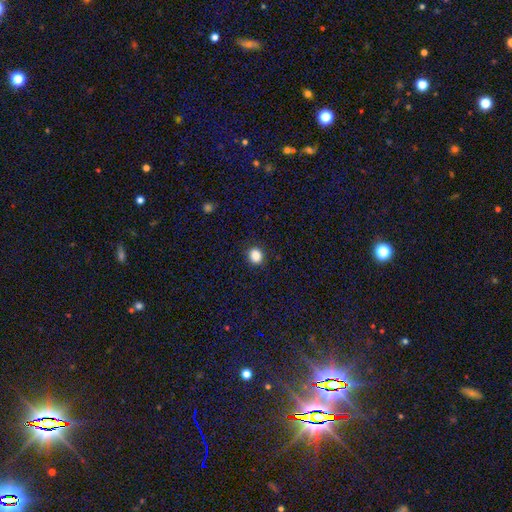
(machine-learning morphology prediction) This appears to be a smooth galaxy with no disk features (87%) that is round (65%). Merging: none (89%).